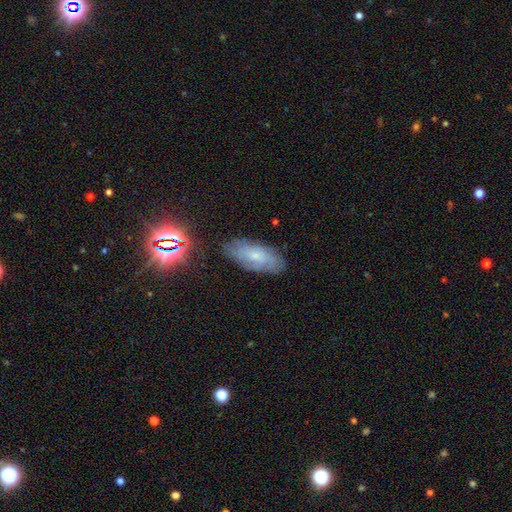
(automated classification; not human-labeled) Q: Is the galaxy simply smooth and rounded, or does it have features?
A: featured or disk — 45%.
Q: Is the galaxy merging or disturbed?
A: none — 76%.